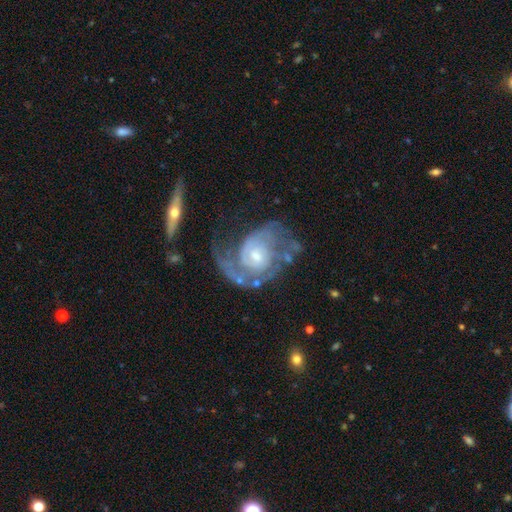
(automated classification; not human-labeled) Q: Smooth or featured?
A: featured or disk (88%); runner-up: smooth (7%)
Q: Edge-on disk?
A: no (97%); runner-up: yes (3%)
Q: Bar?
A: no (66%); runner-up: weak (29%)
Q: Spiral arms?
A: yes (95%); runner-up: no (5%)
Q: Spiral winding?
A: tight (46%); runner-up: medium (38%)
Q: Spiral arm count?
A: 2 (51%); runner-up: can't tell (18%)
Q: Bulge size?
A: small (49%); runner-up: moderate (43%)
Q: Merging?
A: none (44%); runner-up: major disturbance (29%)